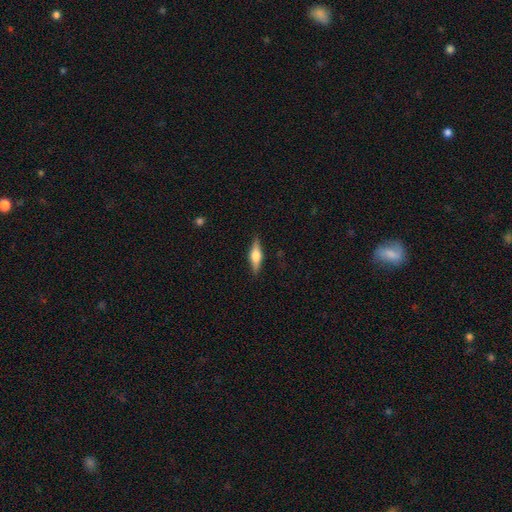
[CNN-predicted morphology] Smooth or featured: featured or disk — 52% (smooth — 42%)
Edge-on disk: yes — 95% (no — 5%)
Merging: none — 87% (minor disturbance — 10%)